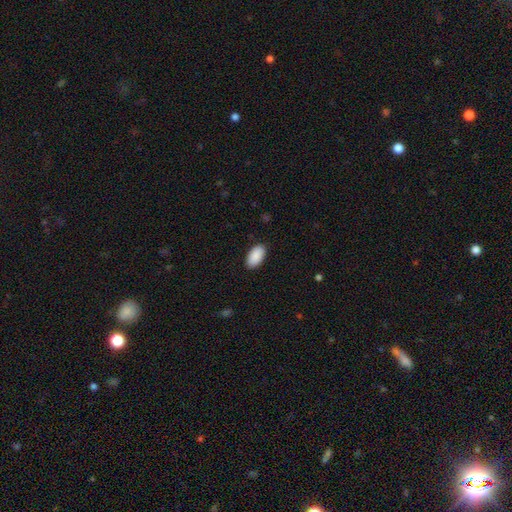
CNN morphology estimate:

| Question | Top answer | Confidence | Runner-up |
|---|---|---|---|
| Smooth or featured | smooth | 91% | star or artifact (6%) |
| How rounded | in between | 96% | round (2%) |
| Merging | none | 89% | minor disturbance (8%) |